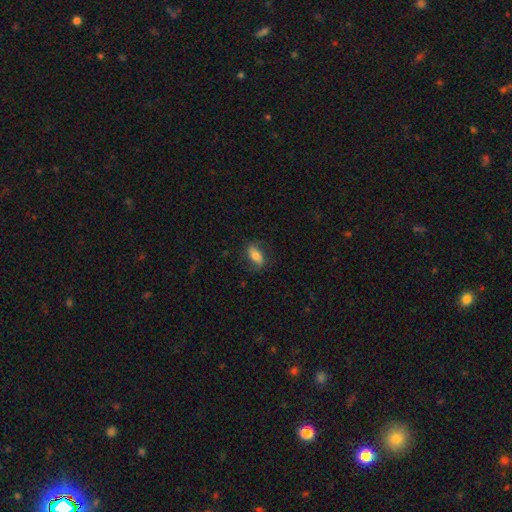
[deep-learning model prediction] Smooth or featured? Predicted: smooth (p=0.63). How rounded? Predicted: in between (p=0.81). Merging? Predicted: none (p=0.73).